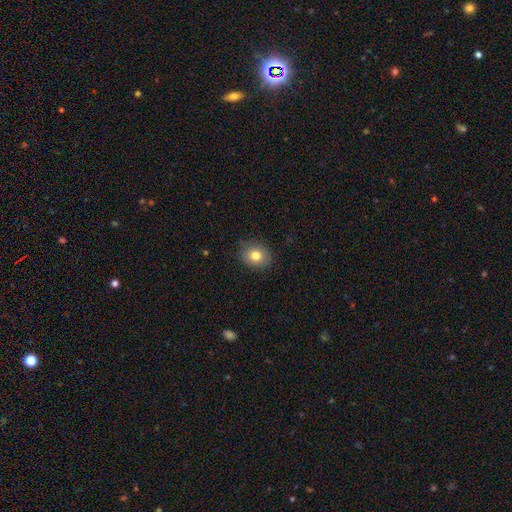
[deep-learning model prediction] This is likely a smooth galaxy (80%). How rounded: possibly round (53%). Merging: clearly none (85%).